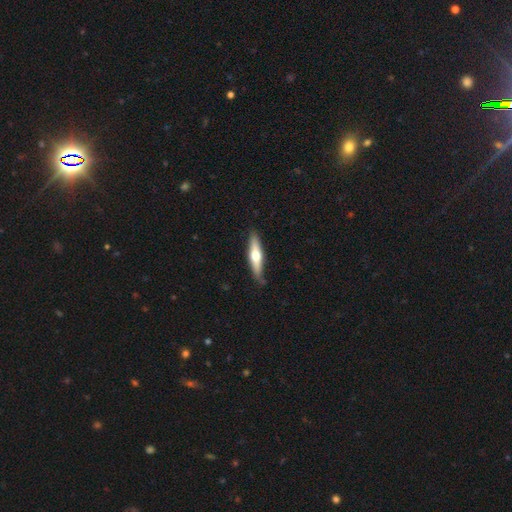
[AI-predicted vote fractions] A featured or disk galaxy (51%) viewed edge-on (92%).

Vote fractions:
- Smooth or featured? featured or disk: 51% / smooth: 44% / star or artifact: 5%
- Edge-on disk? yes: 92% / no: 8%
- Merging? none: 82% / minor disturbance: 14% / major disturbance: 2% / merger: 2%